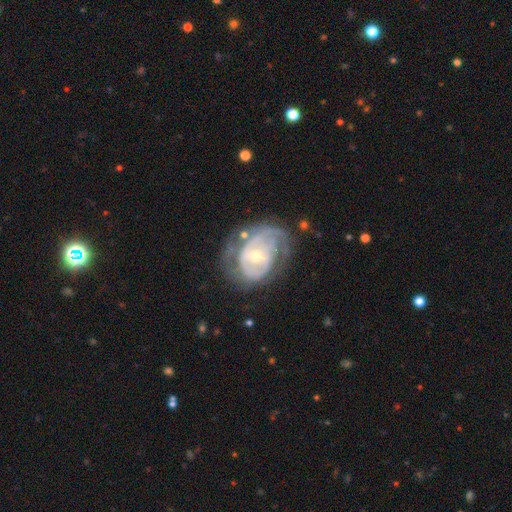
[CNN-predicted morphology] A featured or disk galaxy (82%) with no bar (69%), tight (65%) spiral arms (83%) and a small central bulge (53%). Merging: none (51%).